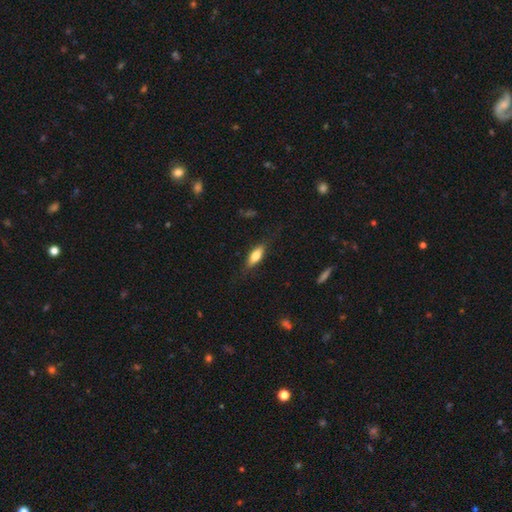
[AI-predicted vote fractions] smooth_or_featured: smooth (p=0.70) [alt: featured or disk p=0.24]
how_rounded: in between (p=0.63) [alt: cigar-shaped p=0.34]
merging: none (p=0.78) [alt: minor disturbance p=0.15]